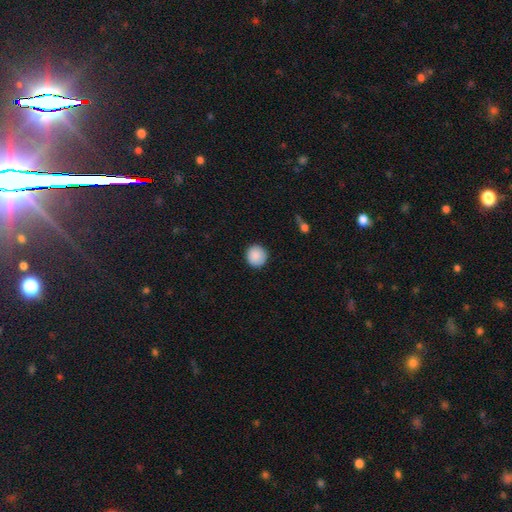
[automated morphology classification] The model was most divided on "smooth or featured": smooth: 89%, star or artifact: 7%, featured or disk: 3%. More confident: how rounded — round (93%); merging — none (91%).